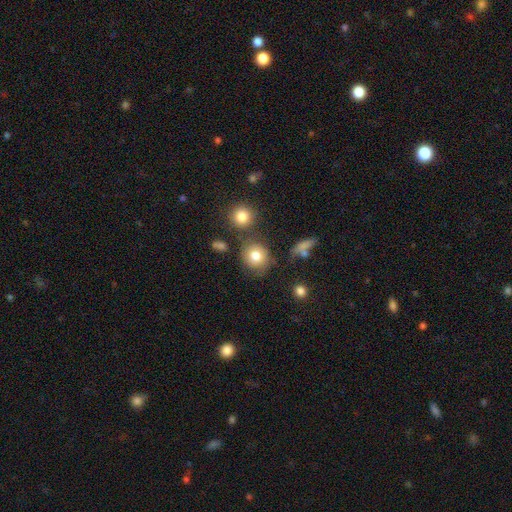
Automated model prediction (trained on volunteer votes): smooth_or_featured: smooth (p=0.78) [alt: featured or disk p=0.12]
how_rounded: round (p=0.84) [alt: in between p=0.15]
merging: none (p=0.69) [alt: minor disturbance p=0.14]